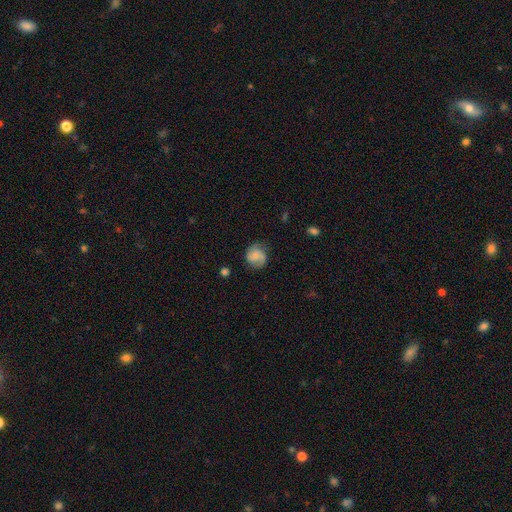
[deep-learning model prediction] Morphology: type=featured or disk (56%); edge-on=no (98%); bar=no (64%); spiral arms=yes (92%); winding=medium (46%); arm count=2 (80%); bulge=small (50%); merging=none (73%).